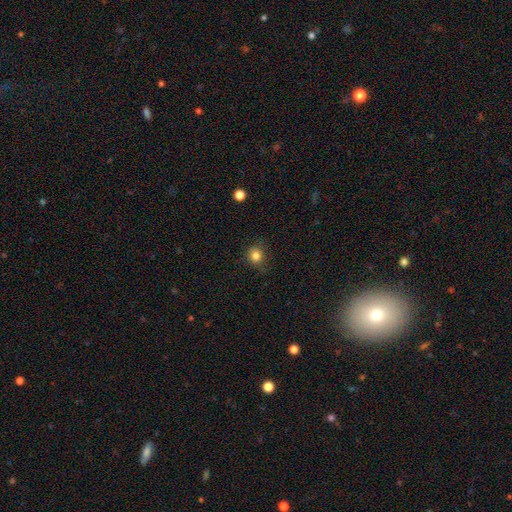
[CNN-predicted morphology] This is clearly a smooth galaxy (82%). How rounded: clearly round (87%). Merging: clearly none (81%).